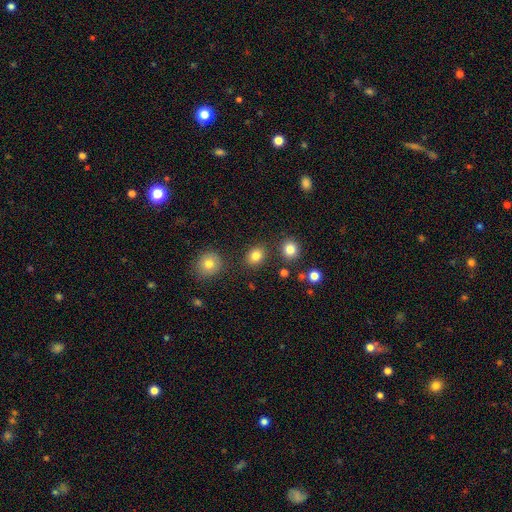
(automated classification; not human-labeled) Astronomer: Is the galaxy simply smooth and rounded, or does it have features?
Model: smooth — 83%.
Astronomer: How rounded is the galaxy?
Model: round — 52% (runner-up: in between, 47%).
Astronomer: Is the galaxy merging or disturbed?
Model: none — 84%.